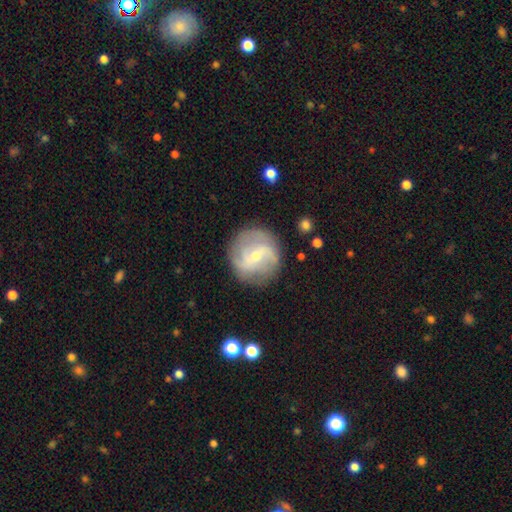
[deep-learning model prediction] This is likely a featured or disk galaxy (74%). It is clearly not viewed edge-on (96%). Bar: possibly weak (46%). Spiral arm pattern: clearly yes (84%). Spiral arm count: likely 2 (62%). Spiral winding: marginally medium (39%). Central bulge: possibly small (55%). Merging: clearly none (82%).